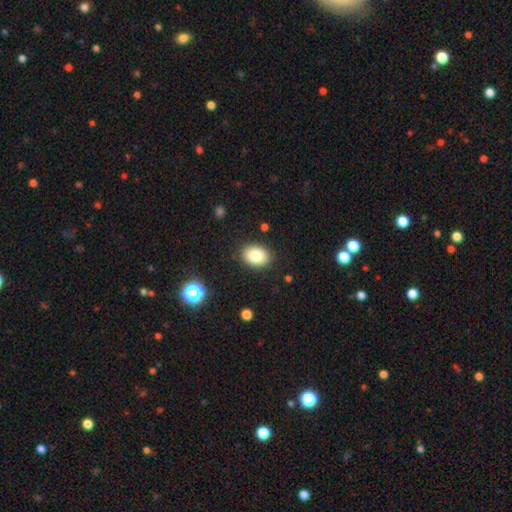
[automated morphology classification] Smooth or featured: smooth — 83% (star or artifact — 9%)
How rounded: in between — 67% (round — 32%)
Merging: none — 88% (minor disturbance — 8%)